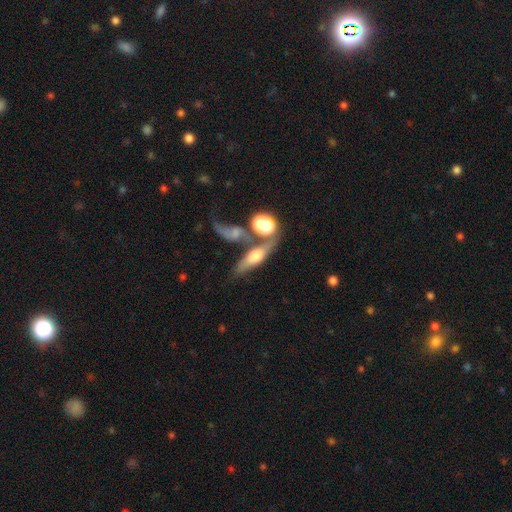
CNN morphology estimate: Q: Smooth or featured?
A: featured or disk (51%); runner-up: smooth (39%)
Q: Edge-on disk?
A: yes (59%); runner-up: no (41%)
Q: Merging?
A: merger (41%); runner-up: none (33%)